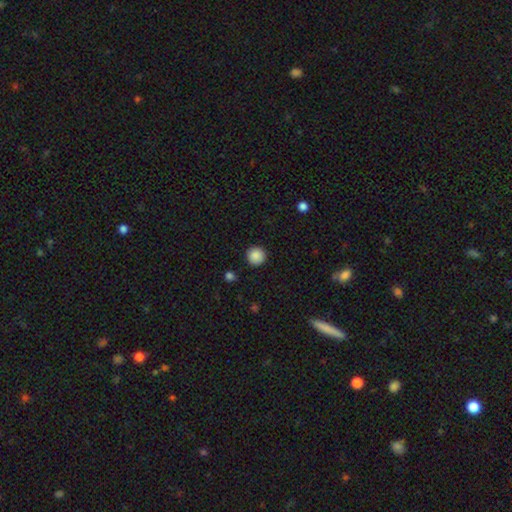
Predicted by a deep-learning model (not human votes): Smooth or featured? Predicted: smooth (p=0.88). How rounded? Predicted: round (p=0.95). Merging? Predicted: none (p=0.92).